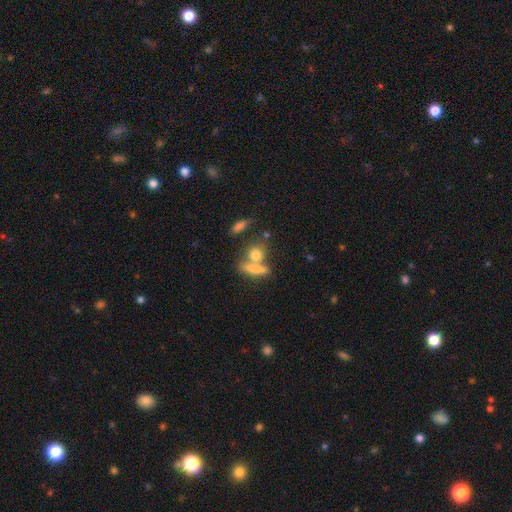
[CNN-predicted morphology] The model was most divided on "how rounded": in between: 42%, round: 34%, cigar-shaped: 24%. Remaining: smooth or featured — smooth (73%); merging — none (48%).